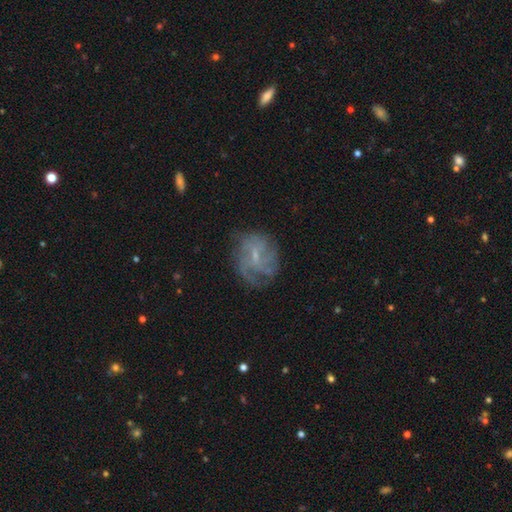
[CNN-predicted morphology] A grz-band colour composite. It shows a featured or disk galaxy (72%) with a weak bar (49%), medium (41%) spiral arms (85%) and a small central bulge (65%). Merging: none (66%).